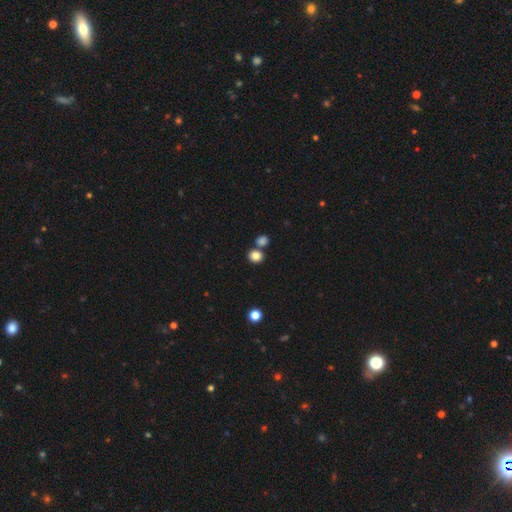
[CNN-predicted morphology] smooth_or_featured: smooth (p=0.83) [alt: star or artifact p=0.11]
how_rounded: round (p=0.73) [alt: in between p=0.26]
merging: none (p=0.66) [alt: merger p=0.23]